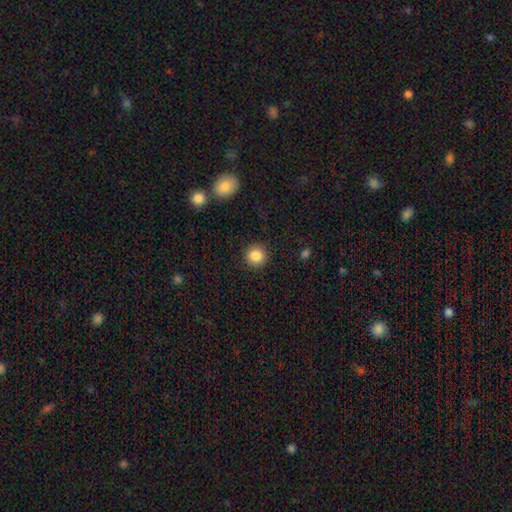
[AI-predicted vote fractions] Smooth or featured? Predicted: smooth (p=0.85). How rounded? Predicted: round (p=0.93). Merging? Predicted: none (p=0.91).